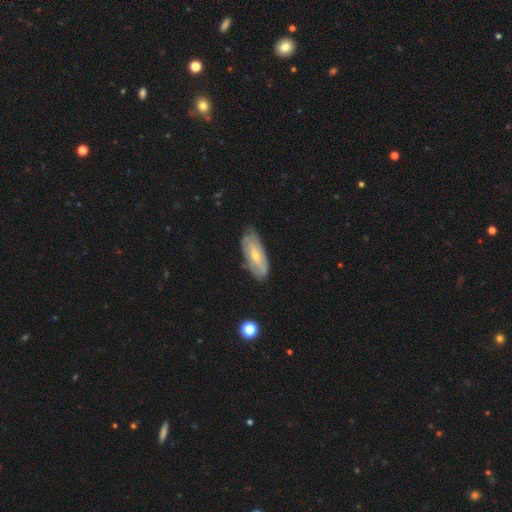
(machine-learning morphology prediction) Q: Smooth or featured?
A: featured or disk (59%); runner-up: smooth (34%)
Q: Edge-on disk?
A: no (85%); runner-up: yes (15%)
Q: Bar?
A: no (43%); runner-up: weak (39%)
Q: Spiral arms?
A: yes (66%); runner-up: no (34%)
Q: Bulge size?
A: small (57%); runner-up: moderate (39%)
Q: Merging?
A: none (73%); runner-up: minor disturbance (21%)